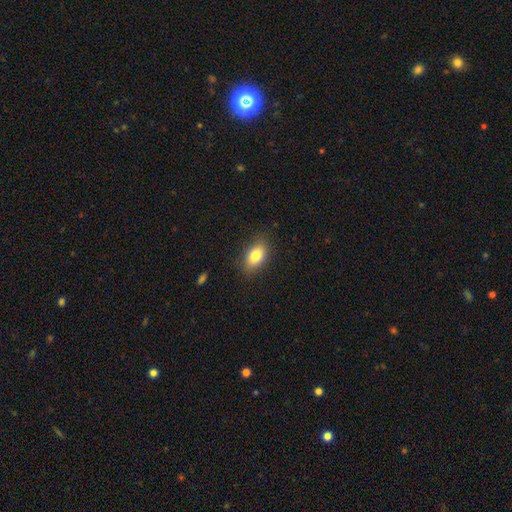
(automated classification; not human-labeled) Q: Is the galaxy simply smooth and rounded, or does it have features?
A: smooth — 81%.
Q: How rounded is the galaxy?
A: in between — 89%.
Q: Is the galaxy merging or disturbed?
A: none — 84%.